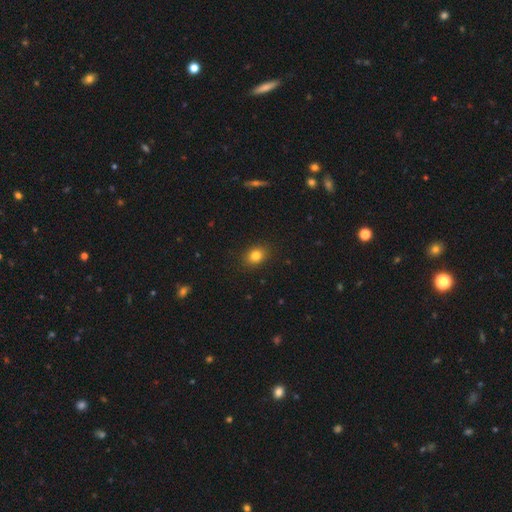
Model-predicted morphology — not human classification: A smooth galaxy with no disk features (82%) that is in between round and cigar-shaped (54%).

Vote fractions:
- Smooth or featured? smooth: 82% / star or artifact: 11% / featured or disk: 7%
- How rounded? in between: 54% / round: 44% / cigar-shaped: 1%
- Merging? none: 90% / minor disturbance: 7% / major disturbance: 2% / merger: 1%